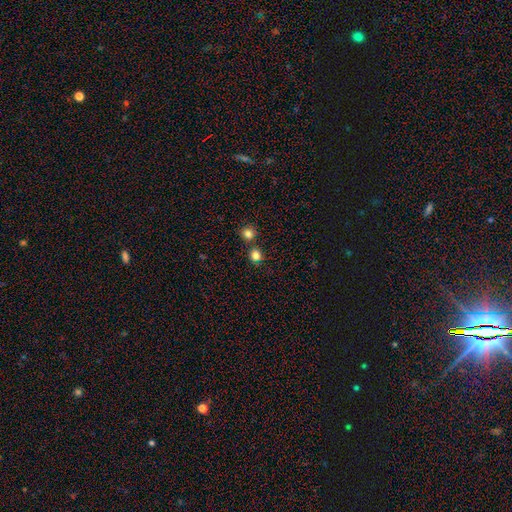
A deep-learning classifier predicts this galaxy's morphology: Overall: smooth (82%). How rounded: round (78%). Merging: none (70%).